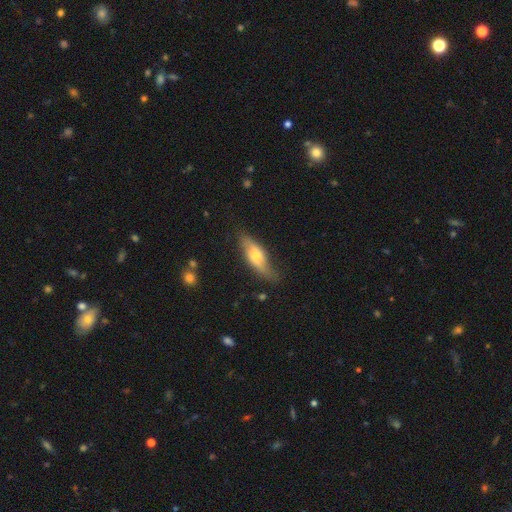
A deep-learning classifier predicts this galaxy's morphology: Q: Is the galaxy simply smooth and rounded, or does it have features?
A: smooth — 48%.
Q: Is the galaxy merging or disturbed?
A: none — 70%.